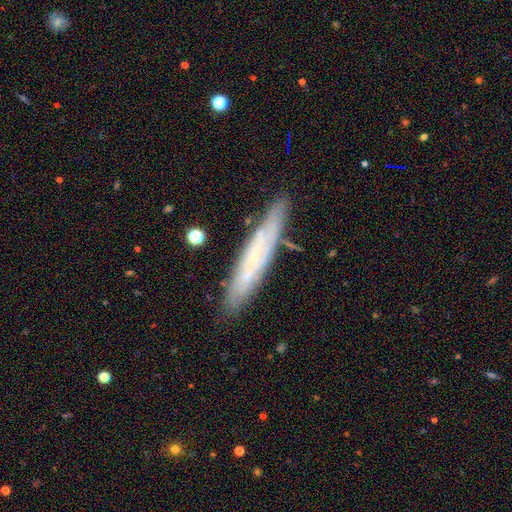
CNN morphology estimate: Smooth or featured? featured or disk (54%)
Edge-on disk? yes (71%)
Merging? none (84%)